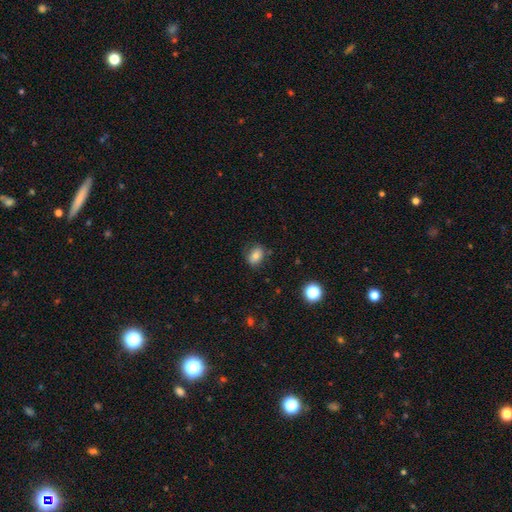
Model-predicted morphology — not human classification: type=smooth (75%); roundness=in between (65%); merging=none (74%).